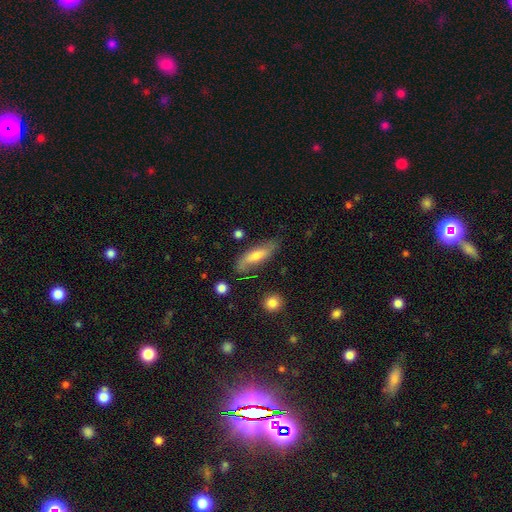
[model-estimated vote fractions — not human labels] The model was most divided on "how rounded": cigar-shaped: 52%, in between: 45%, round: 3%. More confident: merging — none (73%); smooth or featured — smooth (55%).